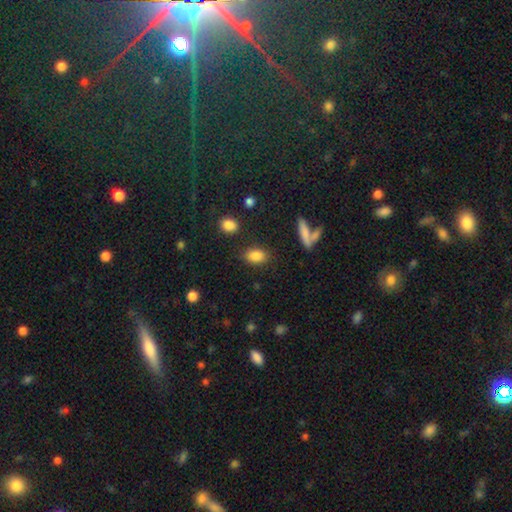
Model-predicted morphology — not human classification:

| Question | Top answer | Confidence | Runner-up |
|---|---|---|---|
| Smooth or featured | smooth | 85% | star or artifact (9%) |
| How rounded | in between | 84% | round (13%) |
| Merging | none | 81% | minor disturbance (11%) |